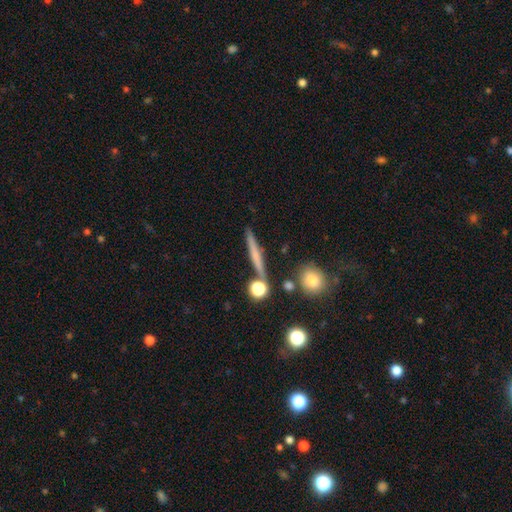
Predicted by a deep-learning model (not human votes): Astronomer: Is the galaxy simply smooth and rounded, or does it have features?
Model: smooth — 47% (runner-up: featured or disk, 43%).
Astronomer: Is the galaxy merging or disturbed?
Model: none — 83%.